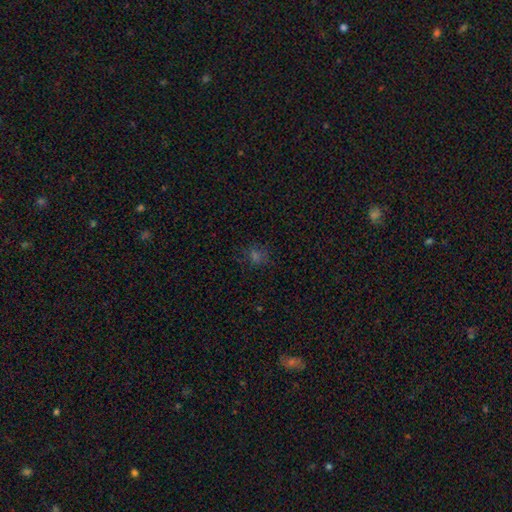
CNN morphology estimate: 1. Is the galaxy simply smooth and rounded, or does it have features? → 53% smooth, 36% star or artifact, 11% featured or disk.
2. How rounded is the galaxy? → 72% round, 26% in between, 1% cigar-shaped.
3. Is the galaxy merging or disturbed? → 80% none, 13% minor disturbance, 5% major disturbance, 2% merger.